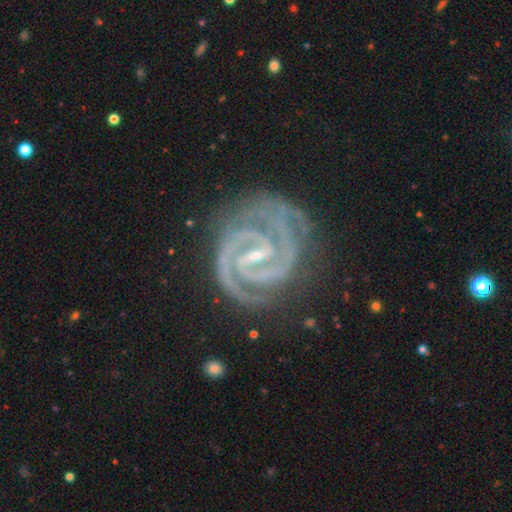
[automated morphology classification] Smooth or featured? featured or disk (93%)
Edge-on disk? no (98%)
Bar? strong (53%)
Spiral arms? yes (99%)
Spiral winding? tight (77%)
Spiral arm count? 2 (81%)
Bulge size? small (76%)
Merging? none (76%)